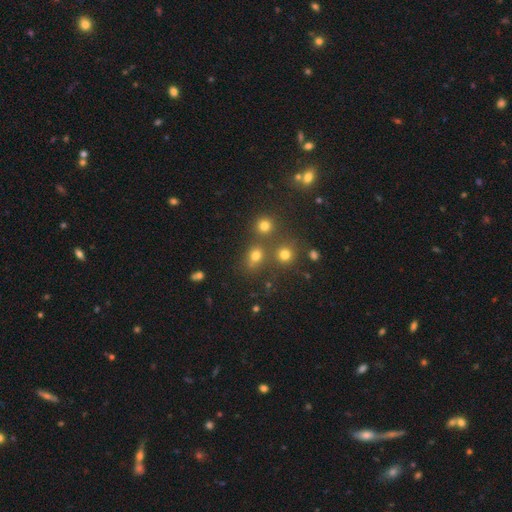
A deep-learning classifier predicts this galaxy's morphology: Smooth or featured? smooth (72%)
How rounded? round (56%)
Merging? none (62%)